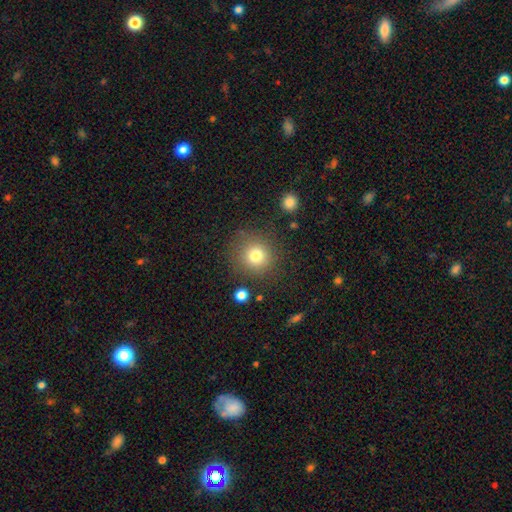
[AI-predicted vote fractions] Smooth or featured: smooth — 79% (star or artifact — 13%)
How rounded: round — 93% (in between — 7%)
Merging: none — 83% (minor disturbance — 9%)